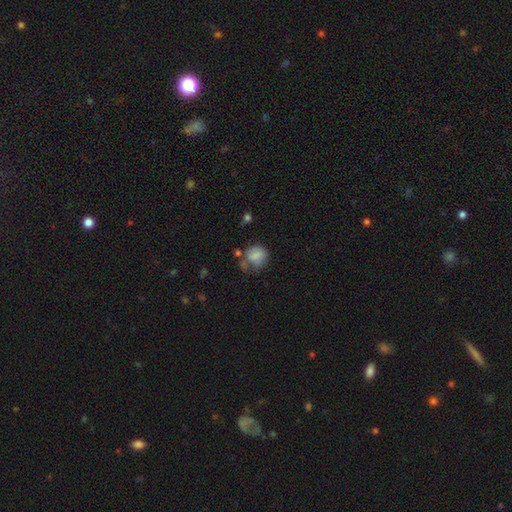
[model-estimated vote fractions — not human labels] smooth 75%, featured or disk 16%, star or artifact 10%. Down the decision tree: how rounded — round (69%); merging — none (43%).